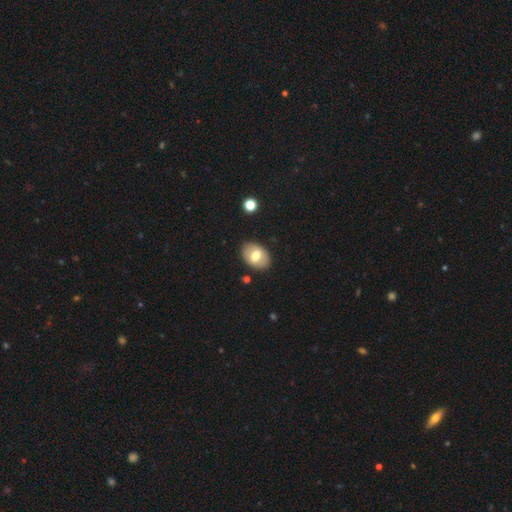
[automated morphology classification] Smooth or featured? smooth (65%)
How rounded? in between (78%)
Merging? none (86%)